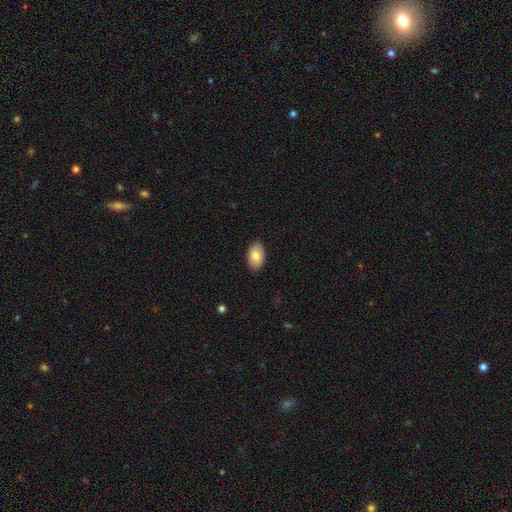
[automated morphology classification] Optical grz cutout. It shows a smooth galaxy with no disk features (82%) that is in between round and cigar-shaped (93%). Merging: none (88%).